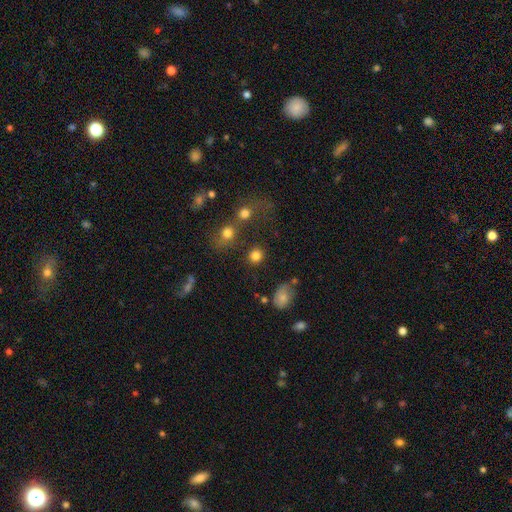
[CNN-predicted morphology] Smooth or featured? smooth (82%)
How rounded? round (84%)
Merging? none (77%)